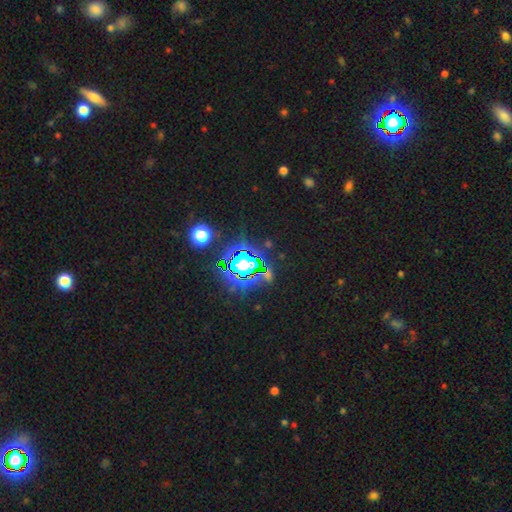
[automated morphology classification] Smooth or featured: star or artifact — 83% (smooth — 10%)